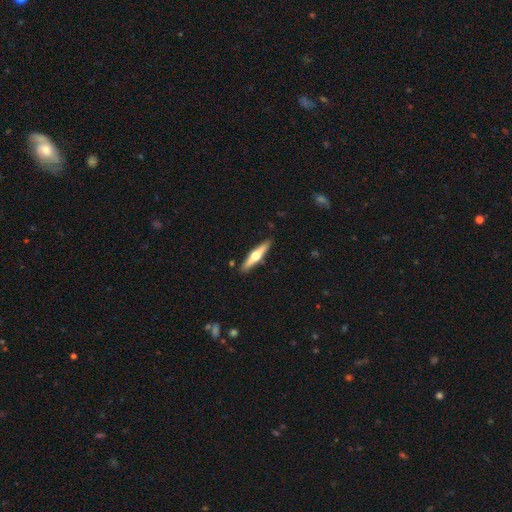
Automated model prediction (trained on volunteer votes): Smooth or featured? featured or disk (62%)
Edge-on disk? yes (96%)
Edge-on bulge? rounded (95%)
Merging? none (90%)